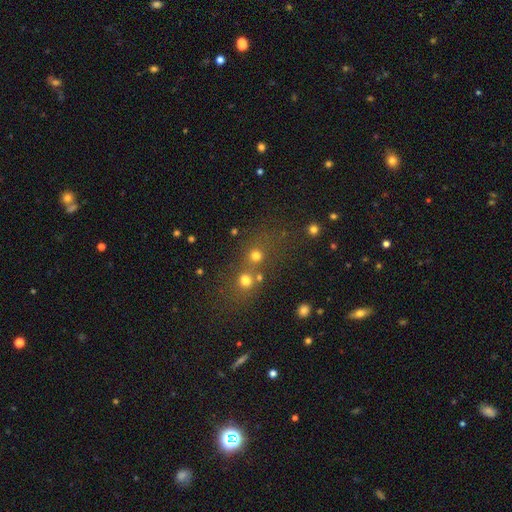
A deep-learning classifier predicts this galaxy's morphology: Smooth or featured? Predicted: smooth (p=0.69). How rounded? Predicted: round (p=0.86). Merging? Predicted: none (p=0.51).